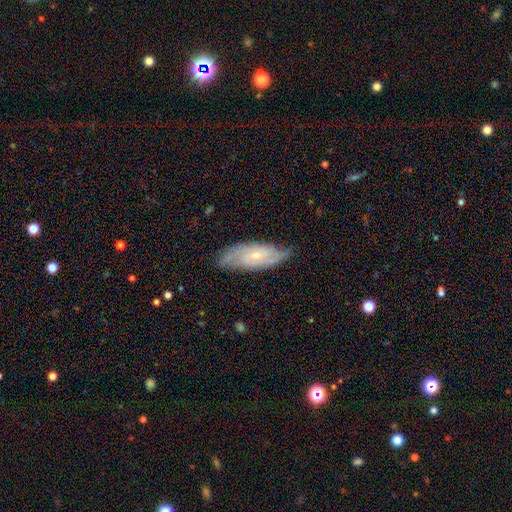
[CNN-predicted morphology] Smooth or featured: featured or disk — 77% (smooth — 17%)
Edge-on disk: no — 89% (yes — 11%)
Bar: no — 60% (weak — 32%)
Spiral arms: yes — 94% (no — 6%)
Spiral winding: tight — 46% (medium — 41%)
Spiral arm count: 2 — 56% (can't tell — 22%)
Bulge size: small — 70% (moderate — 25%)
Merging: none — 76% (minor disturbance — 19%)